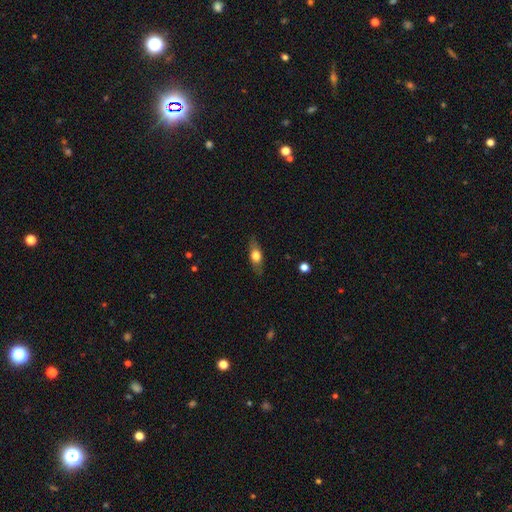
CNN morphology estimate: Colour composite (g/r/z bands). It shows a smooth galaxy with no disk features (61%) that is in between round and cigar-shaped (64%). Merging: none (82%).